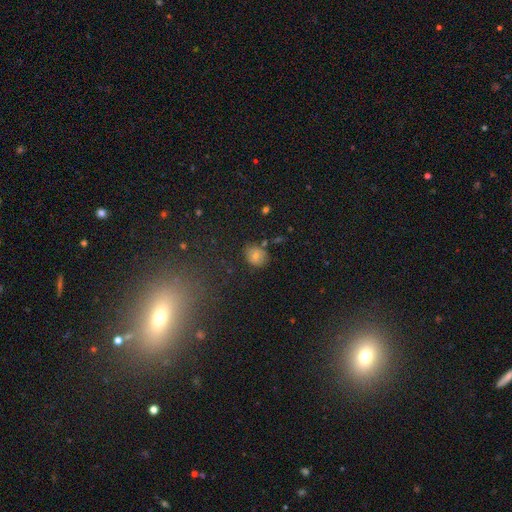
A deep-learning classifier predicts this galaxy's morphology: Smooth or featured: smooth — 67% (featured or disk — 17%)
How rounded: round — 61% (in between — 38%)
Merging: none — 76% (minor disturbance — 15%)